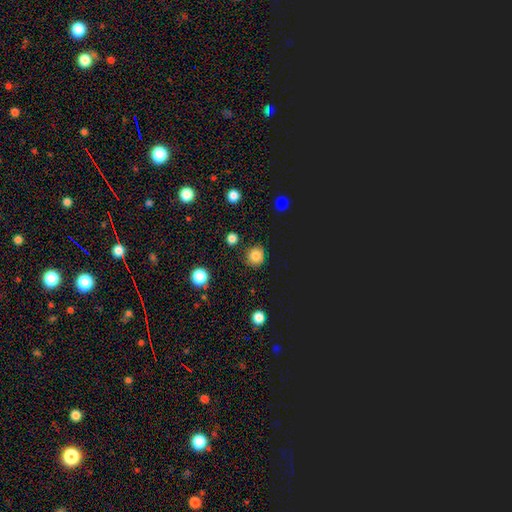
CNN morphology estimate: Smooth or featured? smooth (77%)
How rounded? round (91%)
Merging? none (85%)